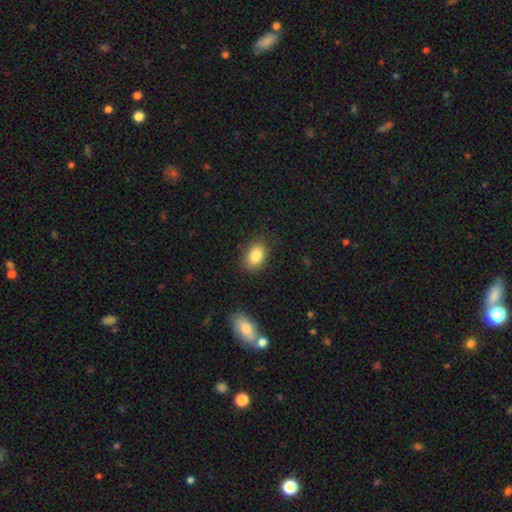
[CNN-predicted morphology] Smooth or featured? smooth (85%)
How rounded? in between (82%)
Merging? none (83%)